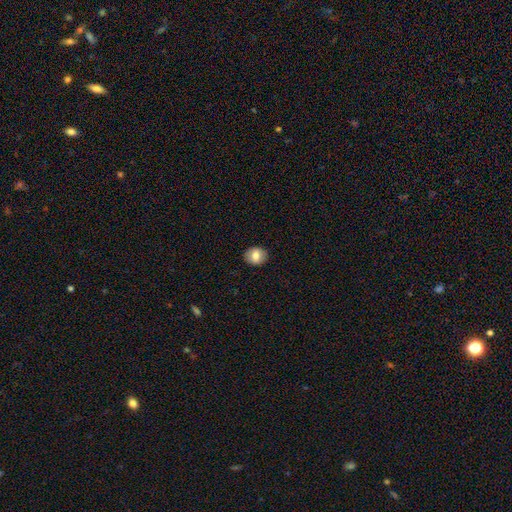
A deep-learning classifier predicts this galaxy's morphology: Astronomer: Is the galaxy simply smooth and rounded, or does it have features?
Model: smooth — 76%.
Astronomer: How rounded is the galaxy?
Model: round — 69%.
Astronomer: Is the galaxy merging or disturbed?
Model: none — 90%.